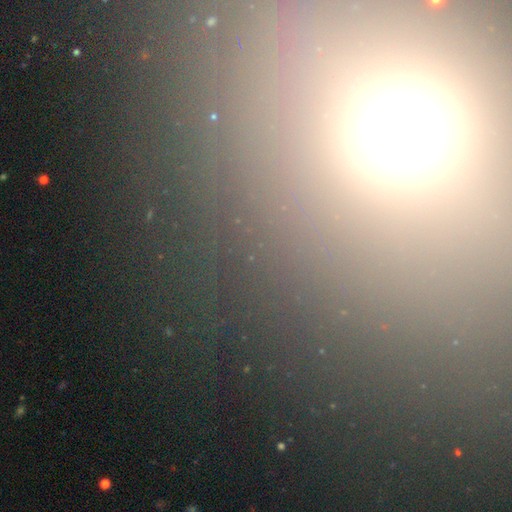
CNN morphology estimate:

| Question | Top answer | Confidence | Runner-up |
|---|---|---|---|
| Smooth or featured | star or artifact | 57% | smooth (31%) |